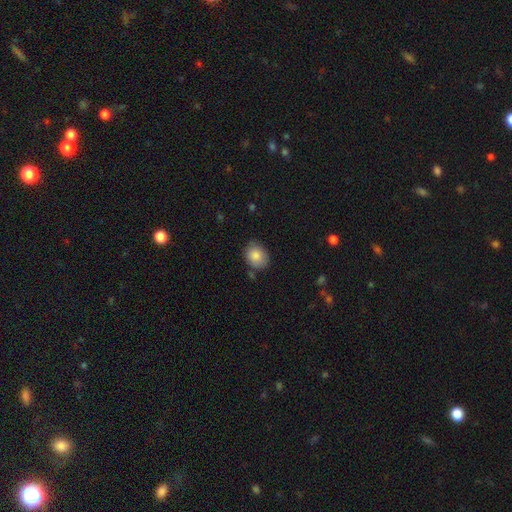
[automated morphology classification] A smooth galaxy with no disk features (85%) that is round (50%).

Vote fractions:
- Smooth or featured? smooth: 85% / star or artifact: 8% / featured or disk: 7%
- How rounded? round: 50% / in between: 49% / cigar-shaped: 1%
- Merging? none: 74% / minor disturbance: 19% / major disturbance: 4% / merger: 4%